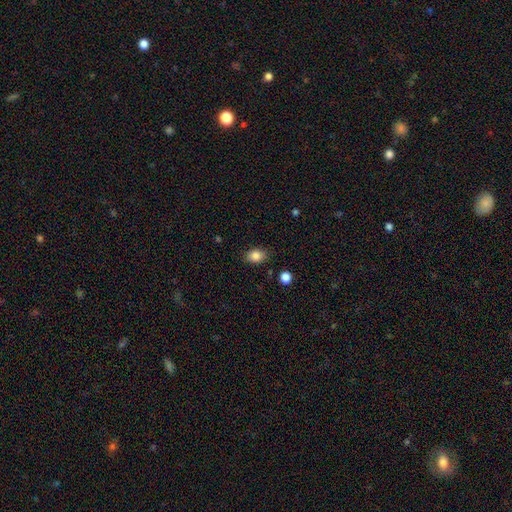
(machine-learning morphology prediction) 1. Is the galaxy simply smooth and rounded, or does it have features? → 85% smooth, 9% star or artifact, 6% featured or disk.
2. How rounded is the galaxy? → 69% in between, 30% round, 1% cigar-shaped.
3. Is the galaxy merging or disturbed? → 83% none, 12% minor disturbance, 3% major disturbance, 2% merger.